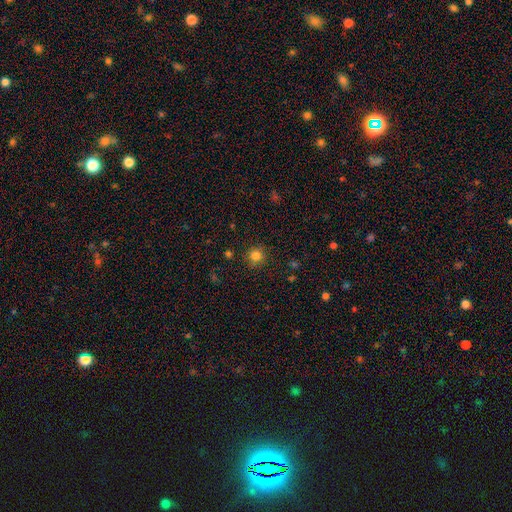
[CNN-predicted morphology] This is clearly a smooth galaxy (82%). How rounded: clearly round (92%). Merging: clearly none (87%).